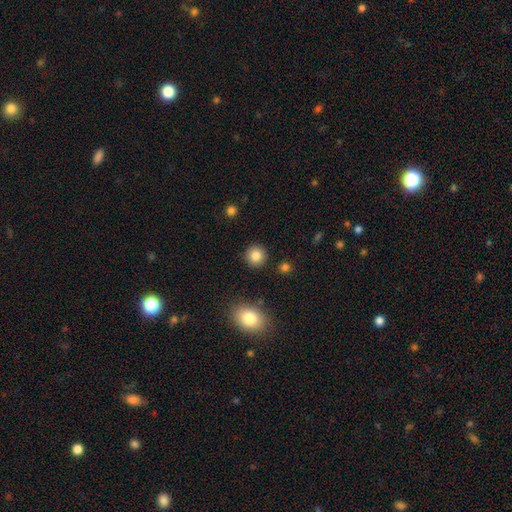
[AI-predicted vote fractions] The model was most divided on "smooth or featured": smooth: 83%, star or artifact: 10%, featured or disk: 6%. More confident: how rounded — round (92%); merging — none (91%).